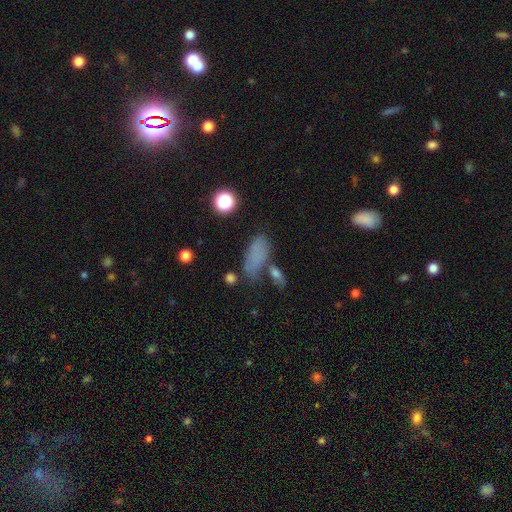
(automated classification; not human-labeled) Morphology: type=smooth (72%); roundness=in between (75%); merging=none (55%).